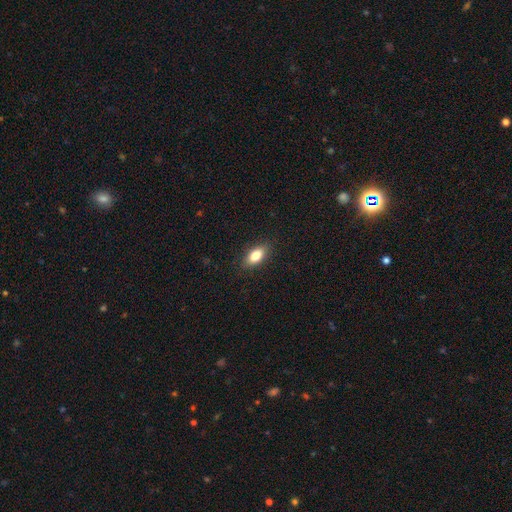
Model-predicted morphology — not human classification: smooth-or-featured: smooth: 81% | featured or disk: 11% | star or artifact: 8%
  how-rounded: in between: 87% | cigar-shaped: 8% | round: 5%
  merging: none: 87% | minor disturbance: 9% | major disturbance: 2% | merger: 1%